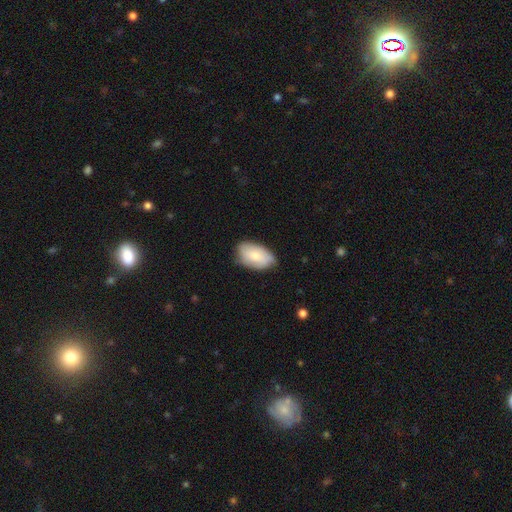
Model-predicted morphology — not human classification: This appears to be a smooth galaxy with no disk features (68%) that is in between round and cigar-shaped (93%). Merging: none (67%).